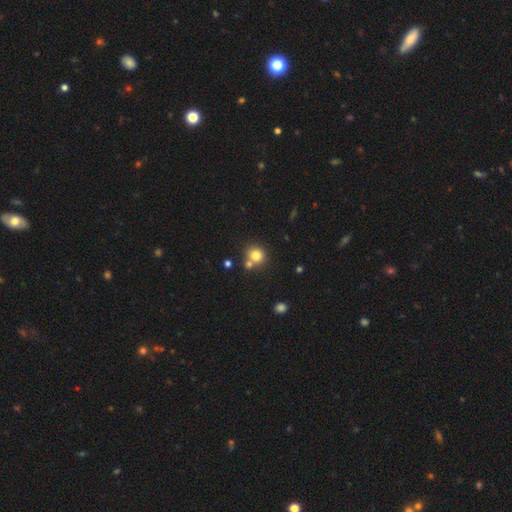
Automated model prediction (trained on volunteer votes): Smooth or featured: smooth — 79% (star or artifact — 12%)
How rounded: round — 88% (in between — 11%)
Merging: none — 64% (merger — 25%)